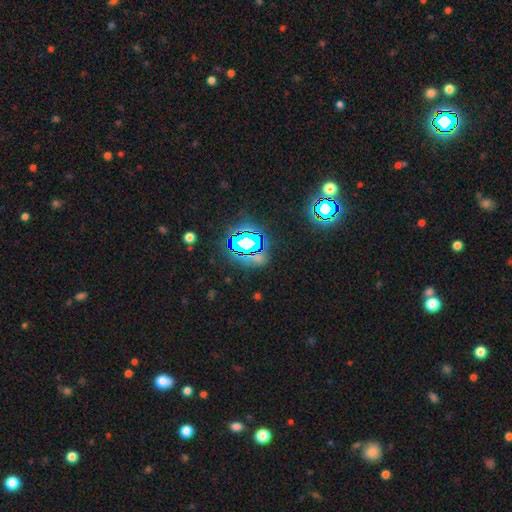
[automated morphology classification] Smooth or featured? Predicted: star or artifact (p=0.65).